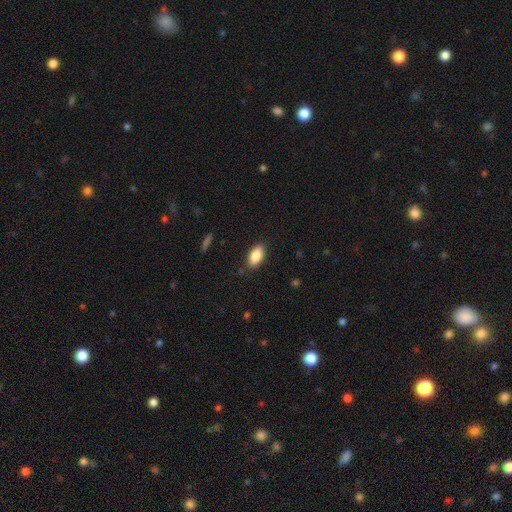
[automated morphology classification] Smooth or featured? Predicted: smooth (p=0.86). How rounded? Predicted: in between (p=0.90). Merging? Predicted: none (p=0.86).